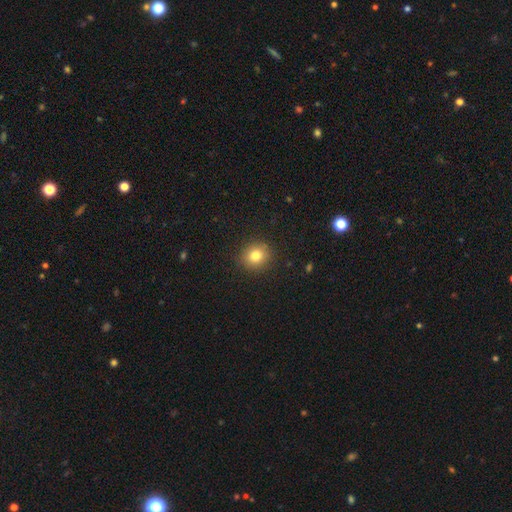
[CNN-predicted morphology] This appears to be a smooth galaxy with no disk features (80%) that is round (82%). Merging: none (89%).